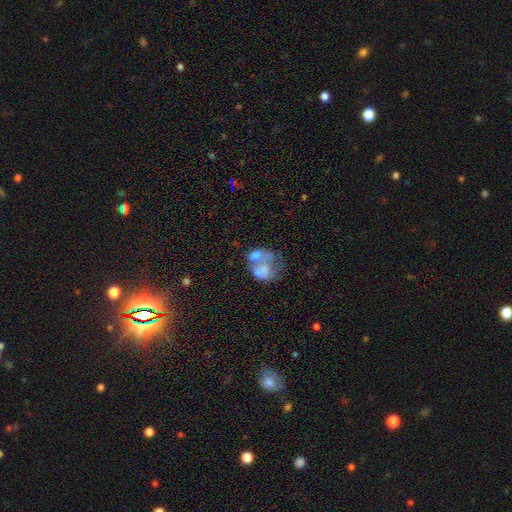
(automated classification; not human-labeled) This is possibly a featured or disk galaxy (48%). Merging: possibly merger (53%).